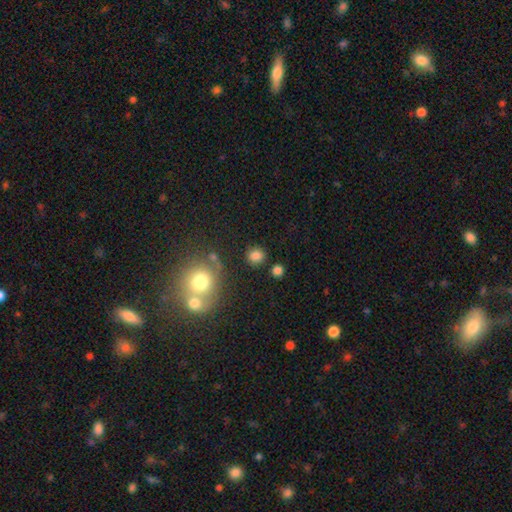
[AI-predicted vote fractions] A smooth galaxy with no disk features (83%) that is round (86%). Merging: none (82%).